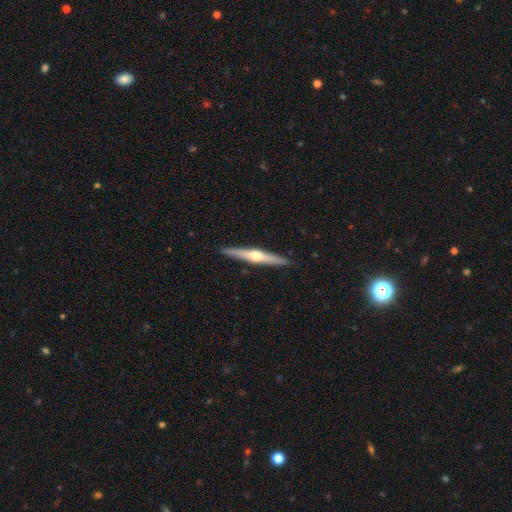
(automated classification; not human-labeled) Morphology: type=featured or disk (66%); edge-on=yes (97%); edge-on bulge=rounded (91%); merging=none (91%).